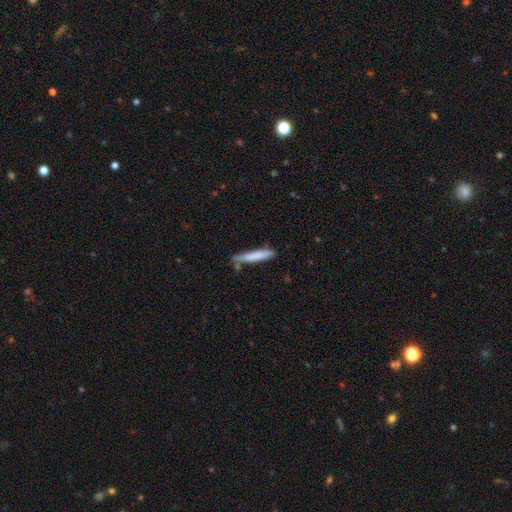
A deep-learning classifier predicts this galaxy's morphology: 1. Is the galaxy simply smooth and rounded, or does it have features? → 76% smooth, 18% featured or disk, 6% star or artifact.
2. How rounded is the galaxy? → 94% cigar-shaped, 5% in between, 1% round.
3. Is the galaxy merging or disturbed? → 71% none, 20% minor disturbance, 5% merger, 4% major disturbance.